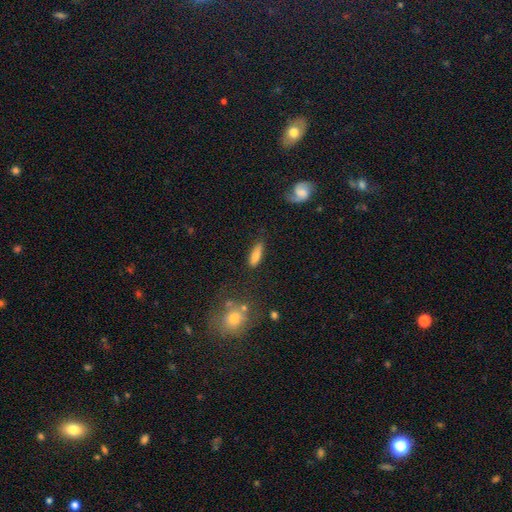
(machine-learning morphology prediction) This is likely a smooth galaxy (78%). How rounded: possibly in between (49%). Merging: likely none (75%).